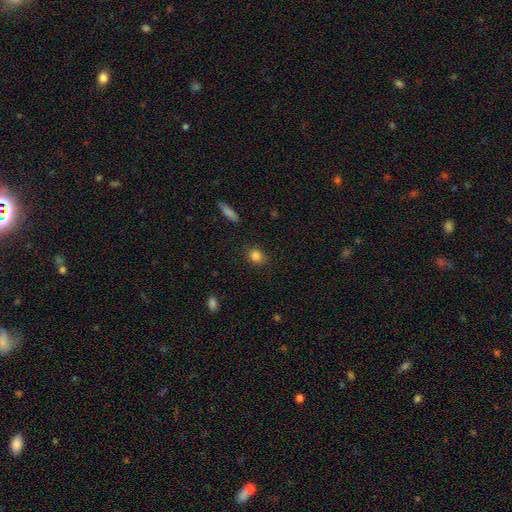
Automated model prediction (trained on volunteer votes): Q: Smooth or featured?
A: smooth (85%); runner-up: star or artifact (10%)
Q: How rounded?
A: round (69%); runner-up: in between (30%)
Q: Merging?
A: none (86%); runner-up: minor disturbance (9%)